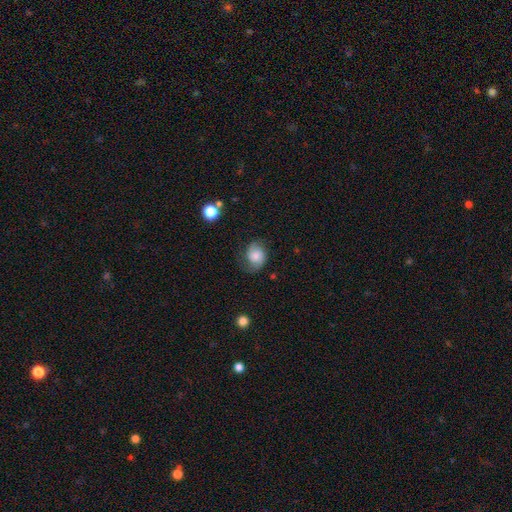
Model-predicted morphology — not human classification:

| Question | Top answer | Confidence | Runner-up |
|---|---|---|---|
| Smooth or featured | smooth | 51% | featured or disk (39%) |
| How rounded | round | 54% | in between (45%) |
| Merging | none | 57% | minor disturbance (27%) |